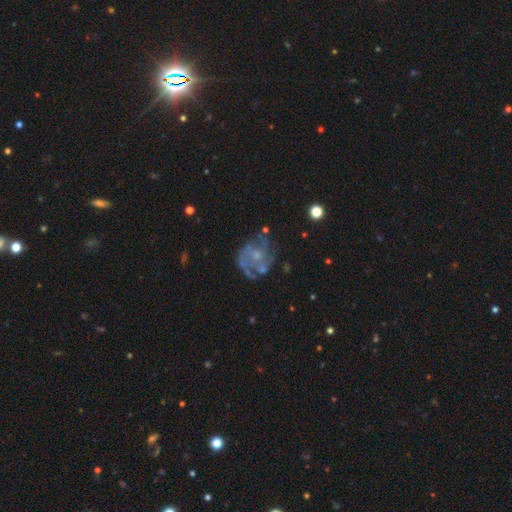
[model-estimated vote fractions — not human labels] featured or disk 73%, smooth 17%, star or artifact 9%. Down the decision tree: edge-on disk — no (98%); bar — no (75%); spiral arms — yes (67%); bulge size — small (50%); merging — none (52%).